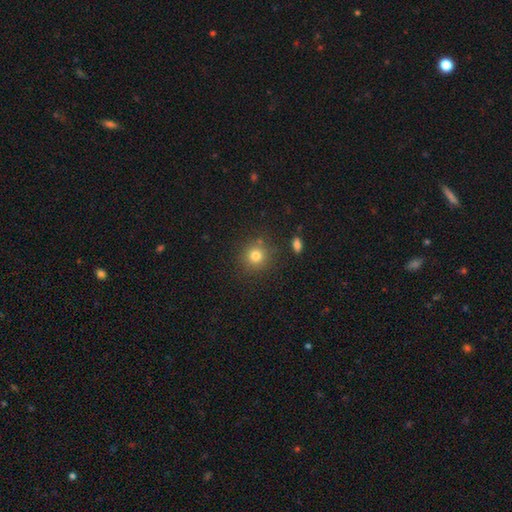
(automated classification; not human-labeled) Smooth or featured?
  - smooth: 80% *
  - star or artifact: 13%
  - featured or disk: 7%
How rounded?
  - round: 92% *
  - in between: 7%
  - cigar-shaped: 1%
Merging?
  - none: 84% *
  - minor disturbance: 9%
  - merger: 4%
  - major disturbance: 3%